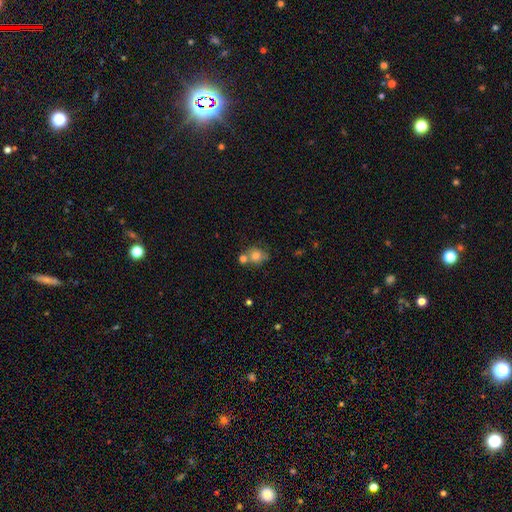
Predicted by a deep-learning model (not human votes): Smooth or featured? Predicted: smooth (p=0.77). How rounded? Predicted: round (p=0.73). Merging? Predicted: none (p=0.53).